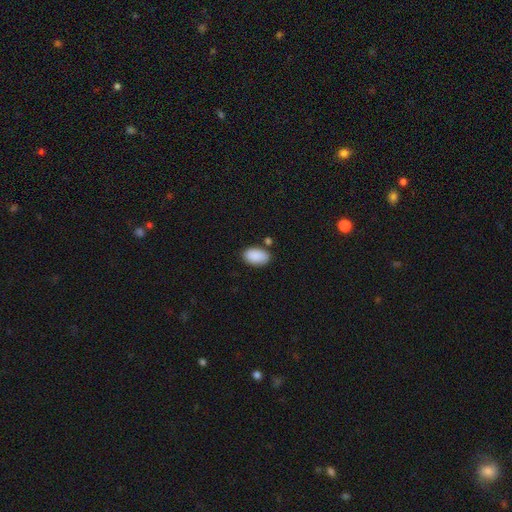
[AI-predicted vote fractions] A smooth galaxy with no disk features (90%) that is in between round and cigar-shaped (94%).

Vote fractions:
- Smooth or featured? smooth: 90% / star or artifact: 7% / featured or disk: 3%
- How rounded? in between: 94% / round: 5% / cigar-shaped: 1%
- Merging? none: 77% / minor disturbance: 14% / merger: 6% / major disturbance: 3%